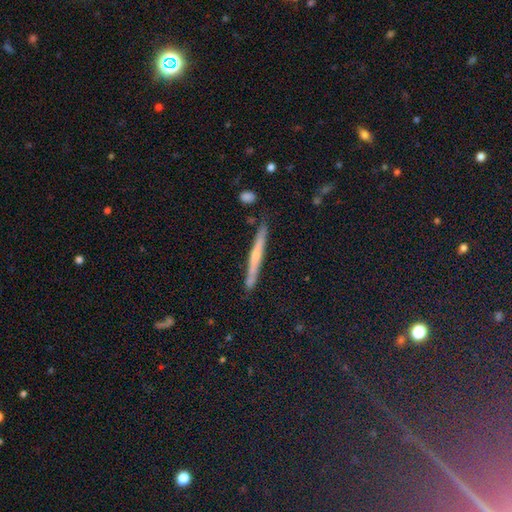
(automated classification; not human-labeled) smooth-or-featured: featured or disk: 53% | smooth: 34% | star or artifact: 13%
  disk-edge-on: yes: 95% | no: 5%
    edge-on-bulge: none: 49% | rounded: 43% | boxy: 8%
  merging: none: 84% | minor disturbance: 11% | merger: 2% | major disturbance: 2%